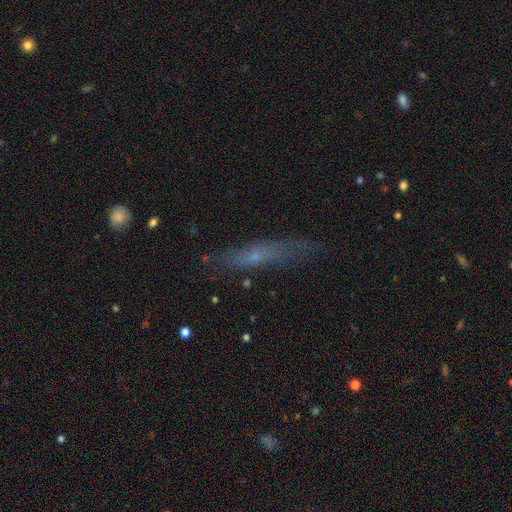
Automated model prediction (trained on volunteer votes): This is possibly a smooth galaxy (46%). Merging: likely none (71%).